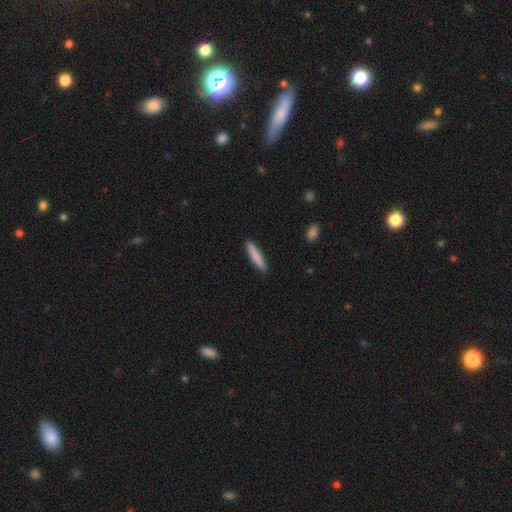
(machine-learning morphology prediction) Smooth or featured?
  - smooth: 84% *
  - featured or disk: 10%
  - star or artifact: 6%
How rounded?
  - cigar-shaped: 88% *
  - in between: 11%
  - round: 1%
Merging?
  - none: 91% *
  - minor disturbance: 7%
  - major disturbance: 2%
  - merger: 1%